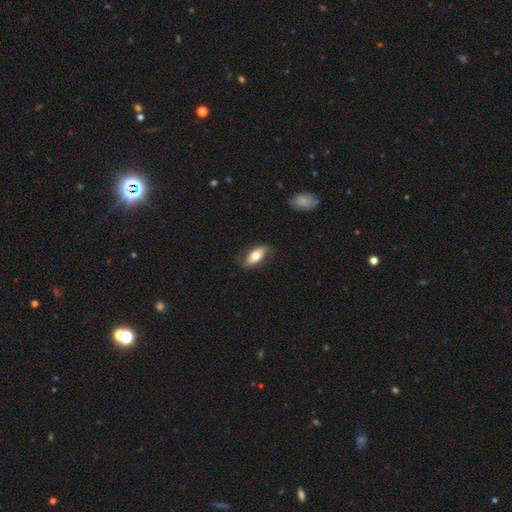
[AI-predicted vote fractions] smooth 64%, featured or disk 30%, star or artifact 6%. Down the decision tree: how rounded — in between (83%); merging — none (76%).